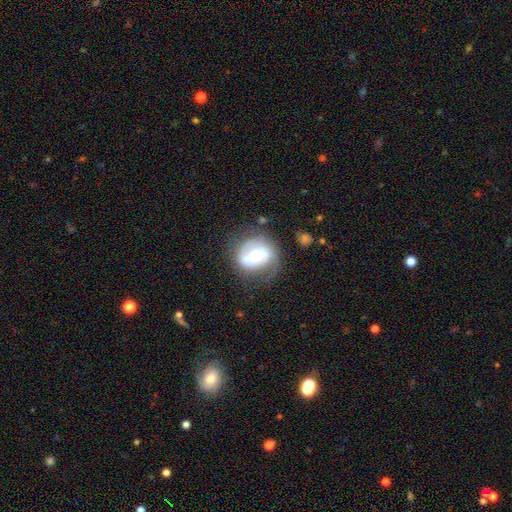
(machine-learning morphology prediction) Smooth or featured? Predicted: featured or disk (p=0.68). Edge-on disk? Predicted: no (p=0.97). Bar? Predicted: no (p=0.67). Spiral arms? Predicted: yes (p=0.78). Spiral winding? Predicted: tight (p=0.43). Spiral arm count? Predicted: 2 (p=0.61). Bulge size? Predicted: moderate (p=0.58). Merging? Predicted: none (p=0.55).